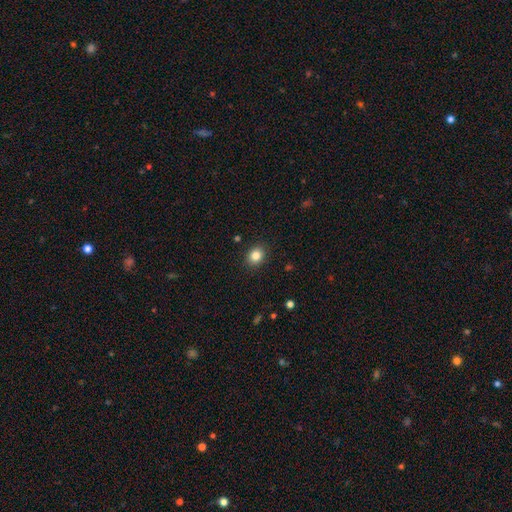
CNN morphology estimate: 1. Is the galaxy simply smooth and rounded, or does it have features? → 84% smooth, 11% star or artifact, 6% featured or disk.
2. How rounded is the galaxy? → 61% round, 38% in between, 1% cigar-shaped.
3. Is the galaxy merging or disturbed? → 90% none, 7% minor disturbance, 2% major disturbance, 1% merger.